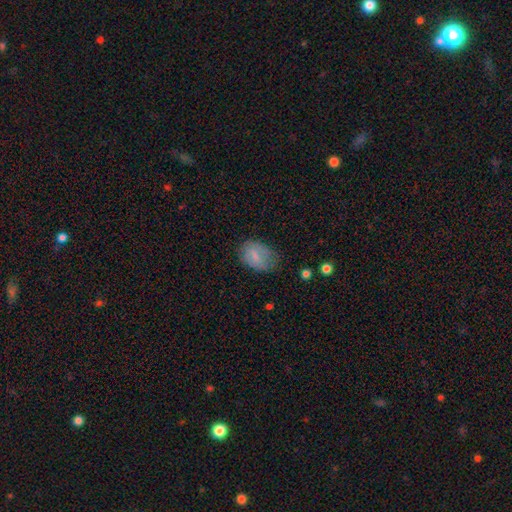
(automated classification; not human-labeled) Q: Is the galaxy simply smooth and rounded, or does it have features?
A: smooth — 76%.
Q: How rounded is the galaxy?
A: in between — 79%.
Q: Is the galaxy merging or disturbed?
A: none — 58%.